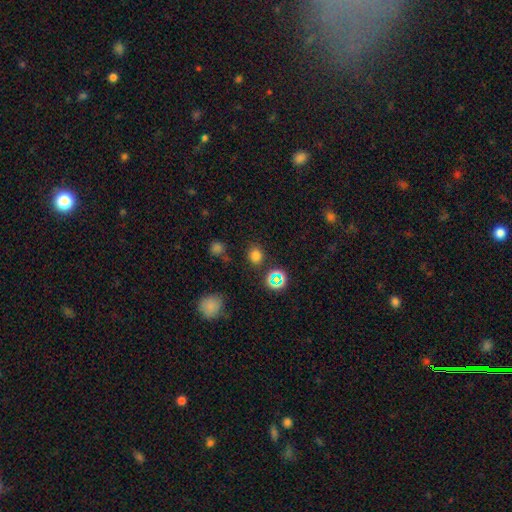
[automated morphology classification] This is likely a smooth galaxy (73%). How rounded: clearly round (81%). Merging: clearly none (83%).